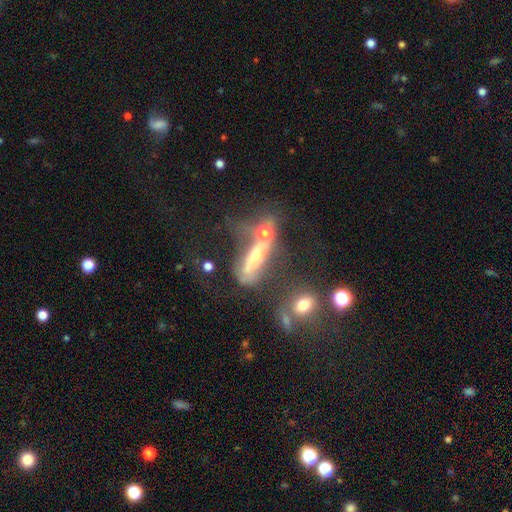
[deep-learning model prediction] Smooth or featured: featured or disk — 54% (smooth — 32%)
Edge-on disk: no — 63% (yes — 37%)
Merging: merger — 47% (none — 21%)